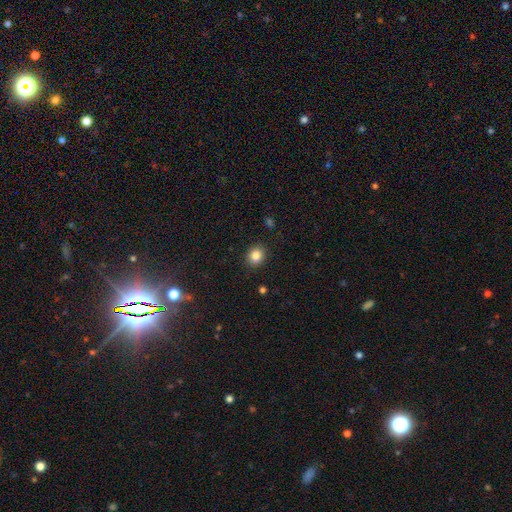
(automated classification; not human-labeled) Smooth or featured? smooth (85%)
How rounded? round (65%)
Merging? none (89%)